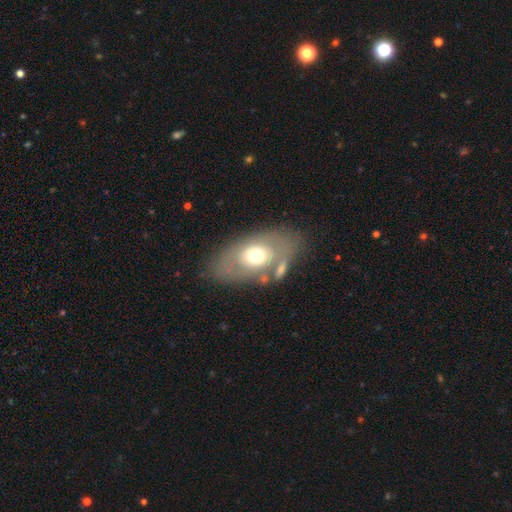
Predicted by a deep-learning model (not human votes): This is possibly a smooth galaxy (50%). How rounded: clearly in between (86%). Merging: likely none (63%).